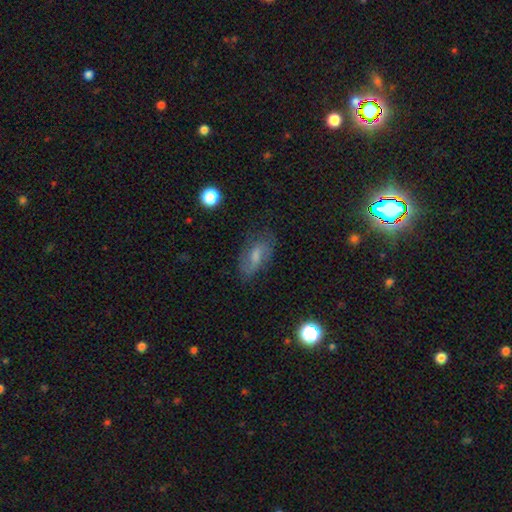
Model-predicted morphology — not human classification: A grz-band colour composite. It shows a featured or disk galaxy (45%). Merging: none (71%).